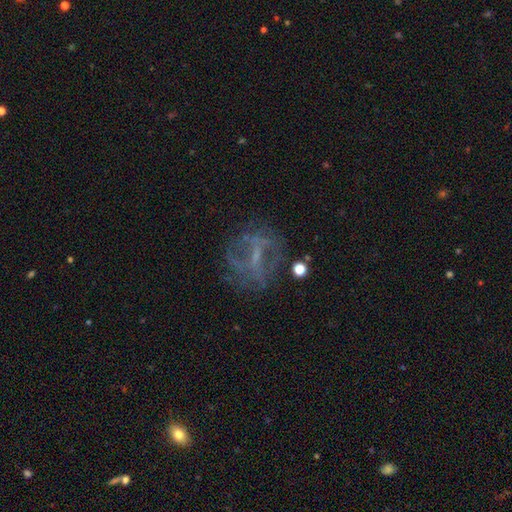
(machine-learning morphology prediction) Smooth or featured: featured or disk — 53% (star or artifact — 25%)
Edge-on disk: no — 93% (yes — 7%)
Merging: none — 68% (major disturbance — 14%)